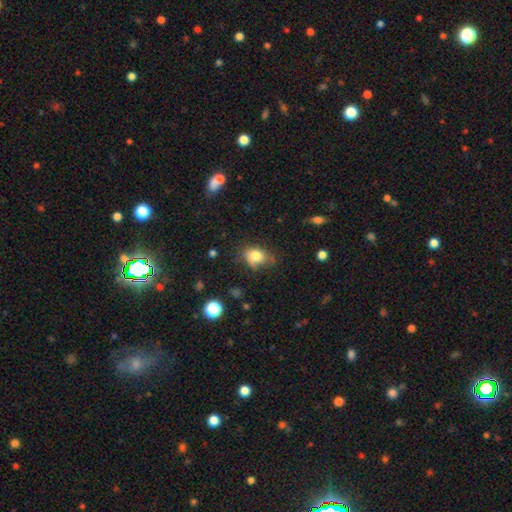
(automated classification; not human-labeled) Morphology: type=smooth (76%); roundness=in between (63%); merging=none (52%).